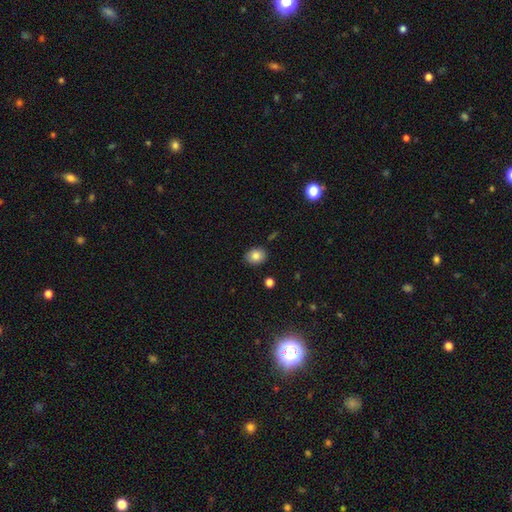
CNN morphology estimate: Smooth or featured? smooth (84%)
How rounded? in between (52%)
Merging? none (86%)